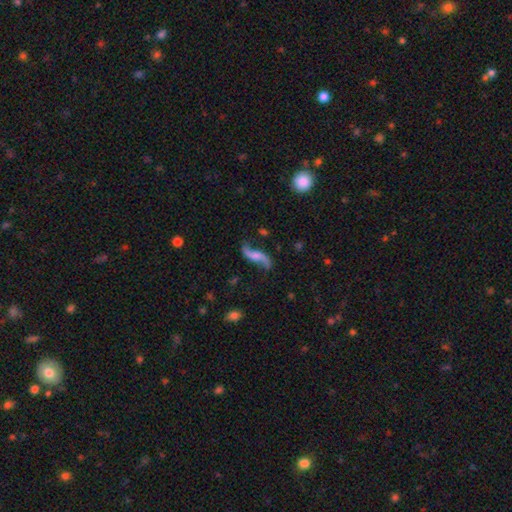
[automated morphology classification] Smooth or featured? featured or disk (85%)
Edge-on disk? no (90%)
Bar? no (57%)
Spiral arms? yes (95%)
Spiral winding? loose (93%)
Spiral arm count? 2 (94%)
Bulge size? none (34%)
Merging? none (75%)